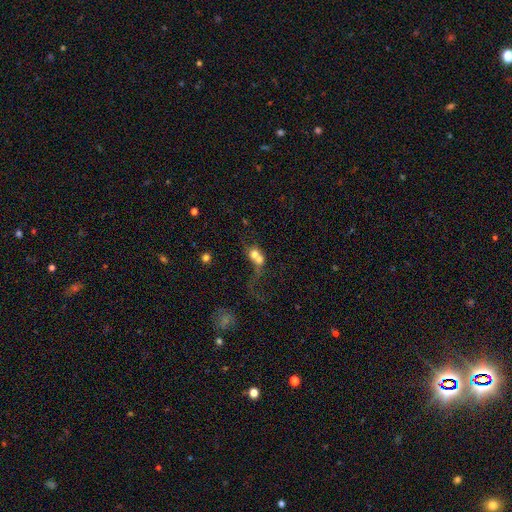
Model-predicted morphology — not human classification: smooth-or-featured: smooth: 63% | featured or disk: 24% | star or artifact: 12%
  how-rounded: round: 65% | in between: 33% | cigar-shaped: 3%
  merging: merger: 71% | none: 13% | major disturbance: 11% | minor disturbance: 5%